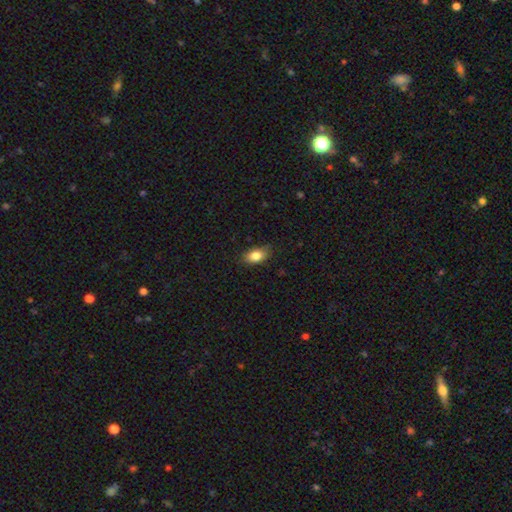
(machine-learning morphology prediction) smooth_or_featured: smooth (p=0.83) [alt: featured or disk p=0.08]
how_rounded: in between (p=0.86) [alt: round p=0.11]
merging: none (p=0.79) [alt: minor disturbance p=0.17]